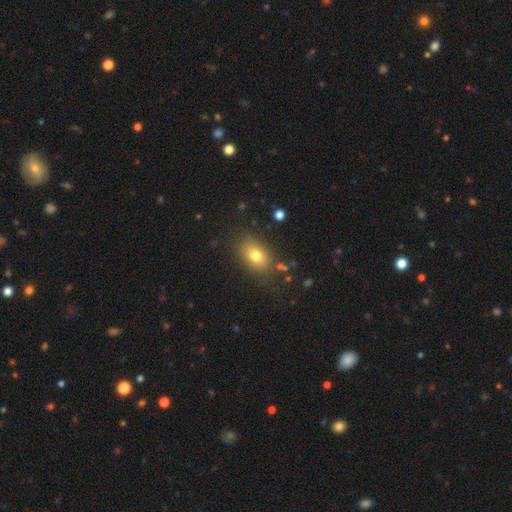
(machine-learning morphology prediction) A smooth galaxy with no disk features (77%) that is in between round and cigar-shaped (79%). Merging: none (80%).